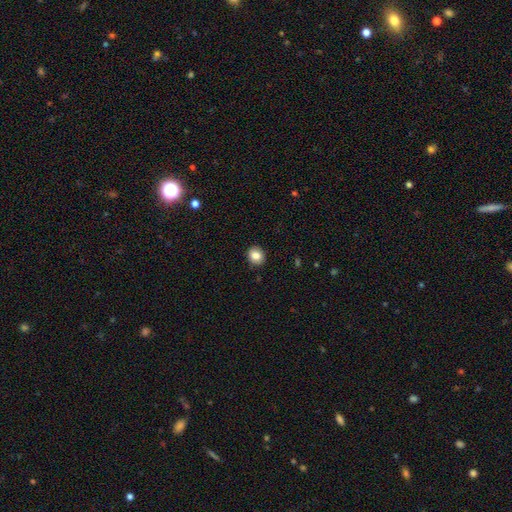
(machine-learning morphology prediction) Smooth or featured: smooth — 85% (star or artifact — 9%)
How rounded: round — 74% (in between — 25%)
Merging: none — 90% (minor disturbance — 7%)